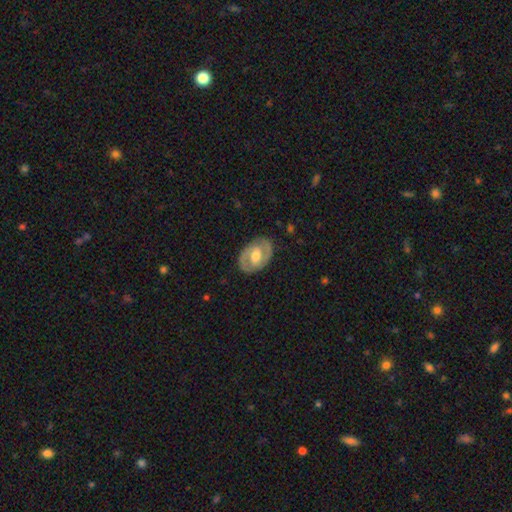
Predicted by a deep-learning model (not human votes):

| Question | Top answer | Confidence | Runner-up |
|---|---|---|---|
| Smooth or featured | featured or disk | 68% | smooth (27%) |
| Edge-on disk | no | 95% | yes (5%) |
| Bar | weak | 44% | no (34%) |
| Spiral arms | yes | 60% | no (40%) |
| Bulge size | moderate | 67% | large (18%) |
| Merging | none | 83% | minor disturbance (12%) |